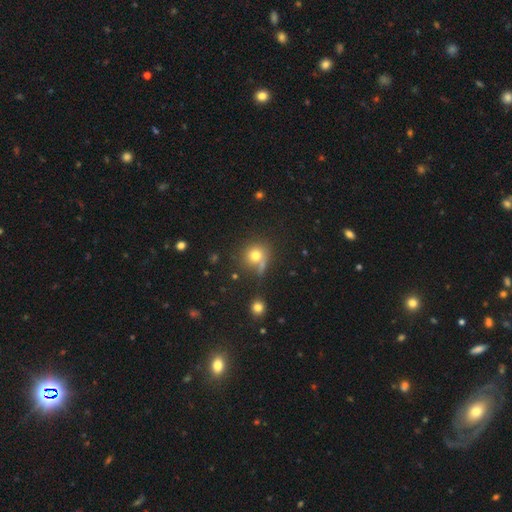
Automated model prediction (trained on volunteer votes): Smooth or featured: smooth — 75% (star or artifact — 14%)
How rounded: round — 87% (in between — 12%)
Merging: none — 62% (minor disturbance — 16%)